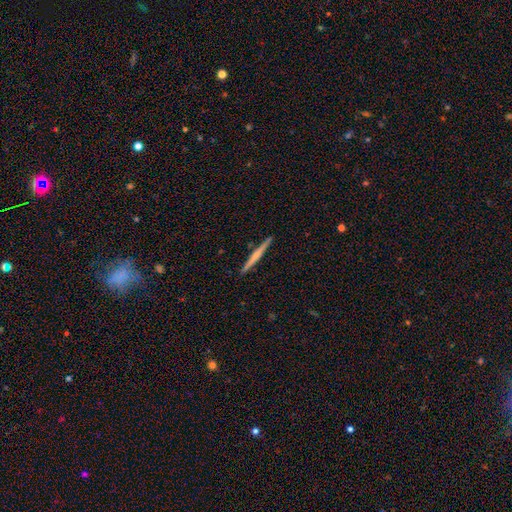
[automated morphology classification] A featured or disk galaxy (51%) viewed edge-on (98%).

Vote fractions:
- Smooth or featured? featured or disk: 51% / smooth: 44% / star or artifact: 5%
- Edge-on disk? yes: 98% / no: 2%
- Merging? none: 92% / minor disturbance: 6% / merger: 1% / major disturbance: 1%